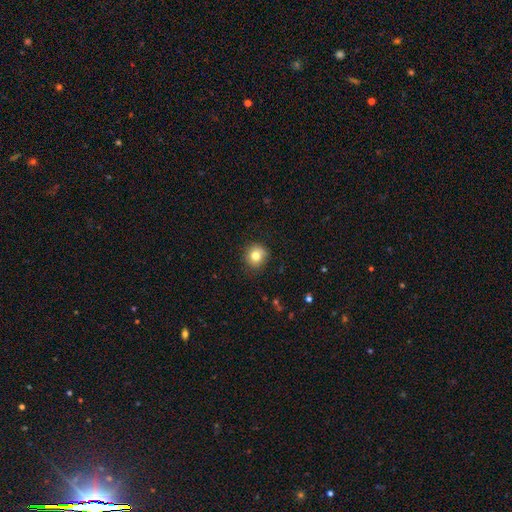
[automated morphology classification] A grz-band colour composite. It shows a smooth galaxy with no disk features (80%) that is round (89%). Merging: none (83%).